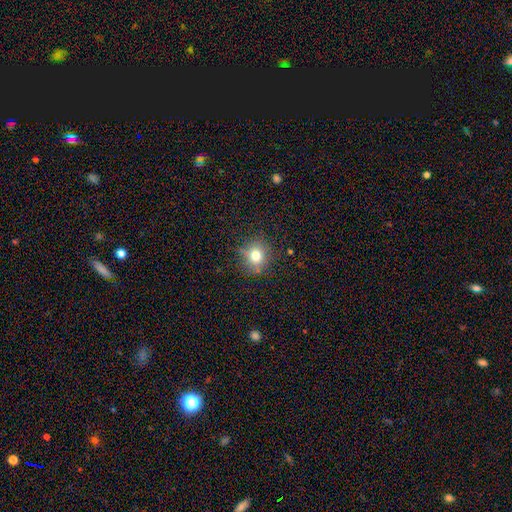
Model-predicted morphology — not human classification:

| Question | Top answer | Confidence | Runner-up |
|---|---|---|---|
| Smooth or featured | smooth | 74% | star or artifact (15%) |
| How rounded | round | 82% | in between (17%) |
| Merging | none | 80% | minor disturbance (14%) |